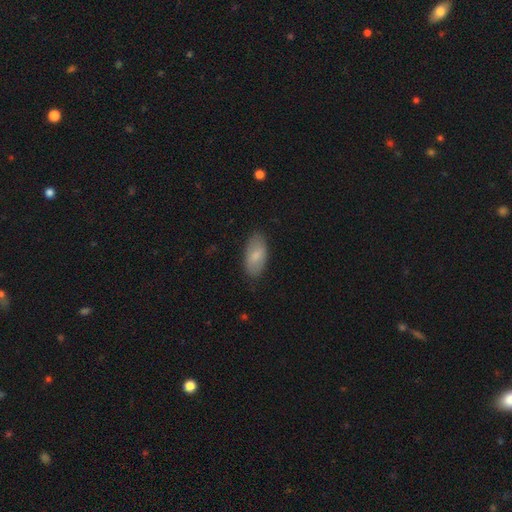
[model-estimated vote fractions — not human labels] Morphology: type=smooth (77%); roundness=in between (93%); merging=none (84%).